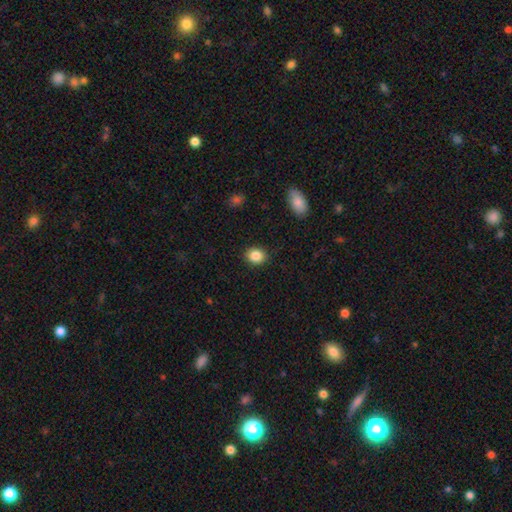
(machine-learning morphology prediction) A smooth galaxy with no disk features (86%) that is round (58%). Merging: none (89%).